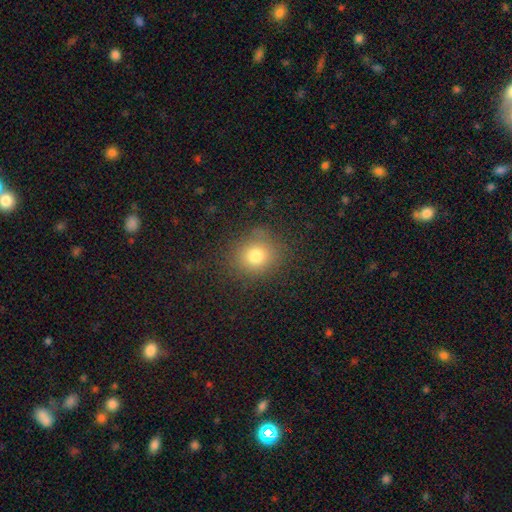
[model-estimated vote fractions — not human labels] This is likely a smooth galaxy (77%). How rounded: likely round (78%). Merging: clearly none (81%).